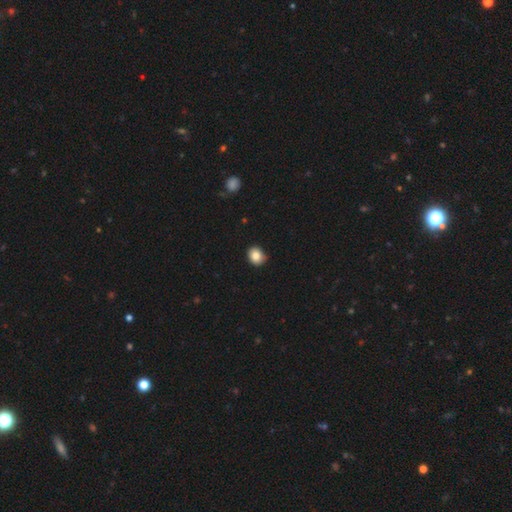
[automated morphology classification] smooth_or_featured: smooth (p=0.84) [alt: star or artifact p=0.10]
how_rounded: round (p=0.68) [alt: in between p=0.31]
merging: none (p=0.82) [alt: minor disturbance p=0.15]